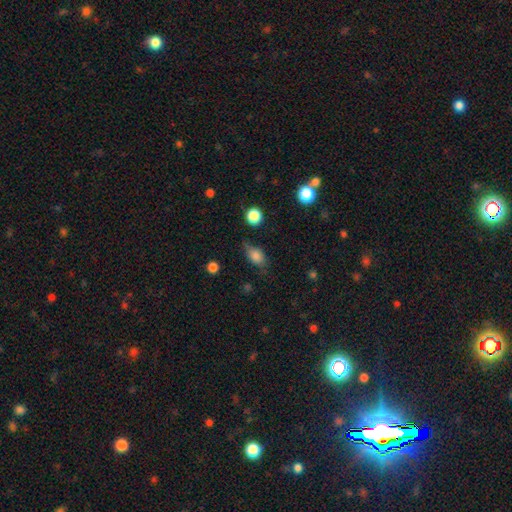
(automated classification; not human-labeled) Q: Smooth or featured?
A: smooth (79%); runner-up: featured or disk (11%)
Q: How rounded?
A: in between (78%); runner-up: round (17%)
Q: Merging?
A: none (60%); runner-up: minor disturbance (28%)